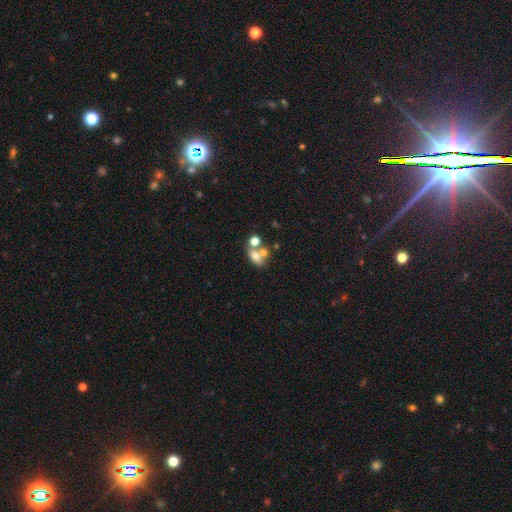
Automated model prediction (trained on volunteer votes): A smooth galaxy with no disk features (64%) that is in between round and cigar-shaped (66%).

Vote fractions:
- Smooth or featured? smooth: 64% / featured or disk: 22% / star or artifact: 13%
- How rounded? in between: 66% / round: 31% / cigar-shaped: 2%
- Merging? merger: 50% / none: 34% / minor disturbance: 10% / major disturbance: 6%